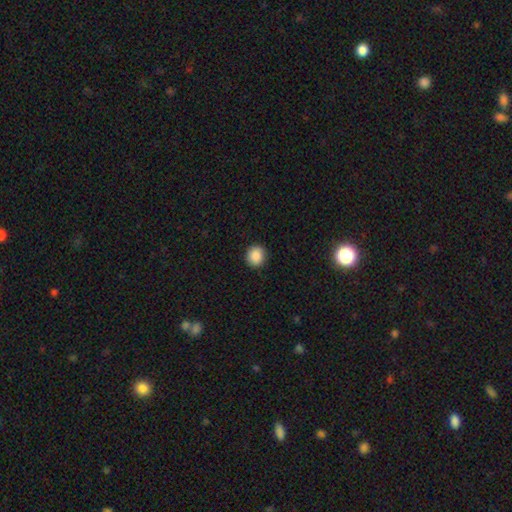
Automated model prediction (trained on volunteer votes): The model was most divided on "how rounded": round: 87%, in between: 12%, cigar-shaped: 1%. More confident: merging — none (91%); smooth or featured — smooth (88%).